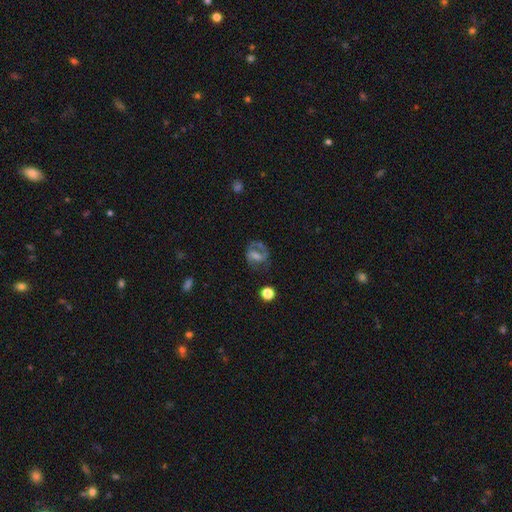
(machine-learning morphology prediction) Smooth or featured? featured or disk (65%)
Edge-on disk? no (96%)
Bar? weak (43%)
Spiral arms? yes (76%)
Bulge size? moderate (43%)
Merging? none (62%)